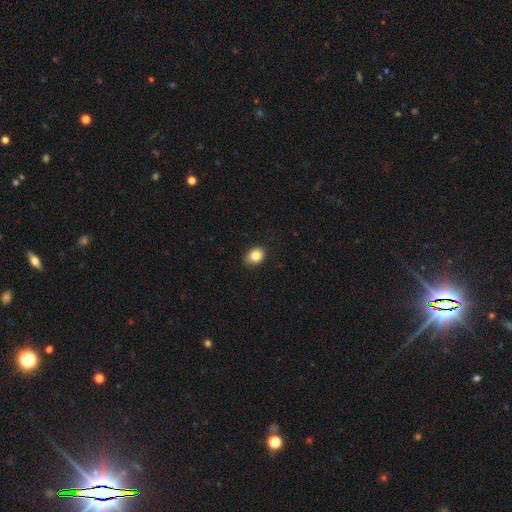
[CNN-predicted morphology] Smooth or featured?
  - smooth: 84% *
  - star or artifact: 9%
  - featured or disk: 7%
How rounded?
  - in between: 52% *
  - round: 48%
  - cigar-shaped: 1%
Merging?
  - none: 81% *
  - minor disturbance: 16%
  - major disturbance: 3%
  - merger: 1%